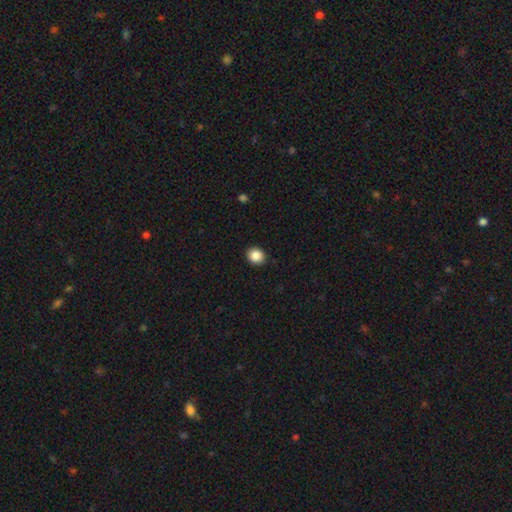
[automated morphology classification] A smooth galaxy with no disk features (87%) that is round (77%).

Vote fractions:
- Smooth or featured? smooth: 87% / star or artifact: 9% / featured or disk: 3%
- How rounded? round: 77% / in between: 22% / cigar-shaped: 1%
- Merging? none: 91% / minor disturbance: 6% / major disturbance: 2% / merger: 1%